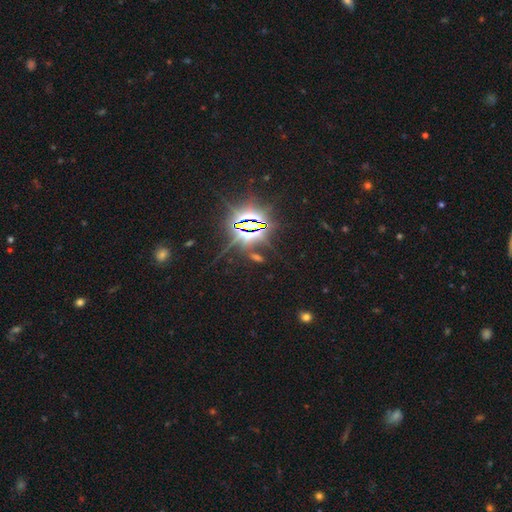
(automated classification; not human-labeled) This is clearly a star or artifact rather than a galaxy (84%).